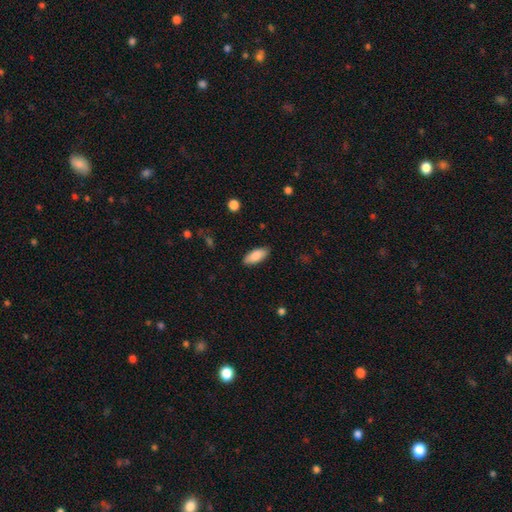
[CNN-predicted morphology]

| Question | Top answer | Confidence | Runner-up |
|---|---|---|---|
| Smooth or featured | smooth | 87% | featured or disk (7%) |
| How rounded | in between | 84% | cigar-shaped (14%) |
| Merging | none | 87% | minor disturbance (10%) |